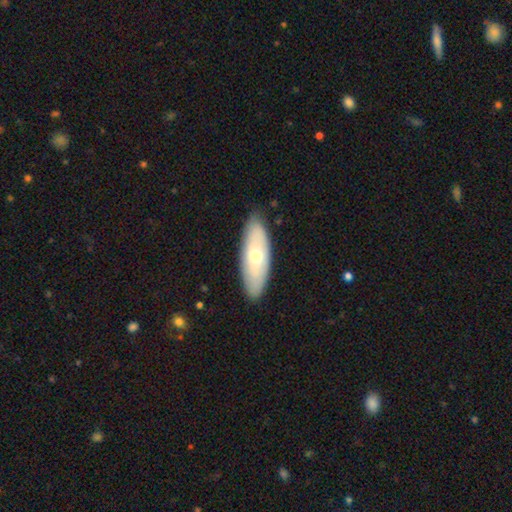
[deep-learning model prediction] smooth_or_featured: smooth (p=0.56) [alt: featured or disk p=0.38]
how_rounded: in between (p=0.67) [alt: cigar-shaped p=0.30]
merging: none (p=0.85) [alt: minor disturbance p=0.12]